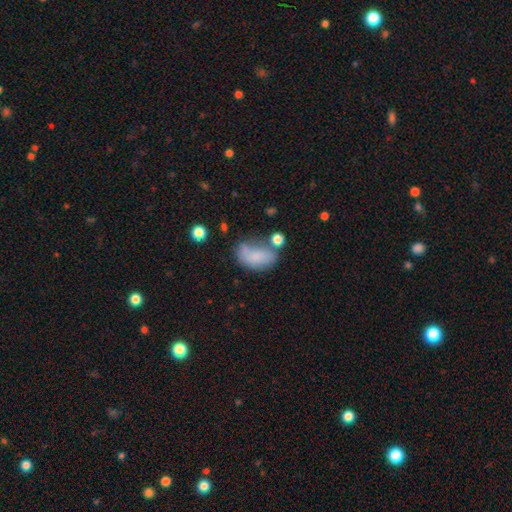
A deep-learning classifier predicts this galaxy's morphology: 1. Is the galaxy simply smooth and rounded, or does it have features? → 71% smooth, 19% featured or disk, 10% star or artifact.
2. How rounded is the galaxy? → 89% in between, 8% round, 2% cigar-shaped.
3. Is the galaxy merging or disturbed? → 35% none, 30% minor disturbance, 20% major disturbance, 15% merger.